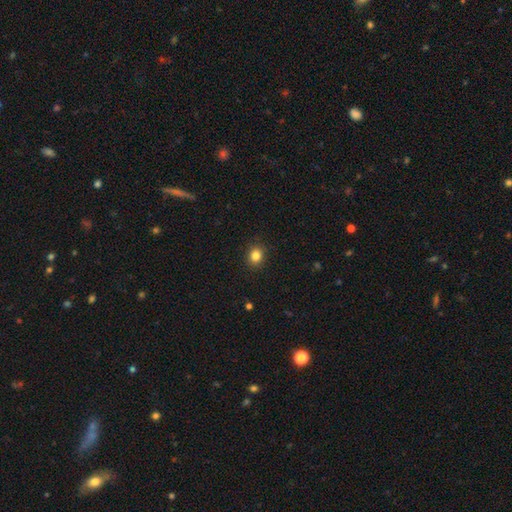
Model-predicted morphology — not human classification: smooth 84%, star or artifact 11%, featured or disk 5%. Down the decision tree: how rounded — round (72%); merging — none (90%).